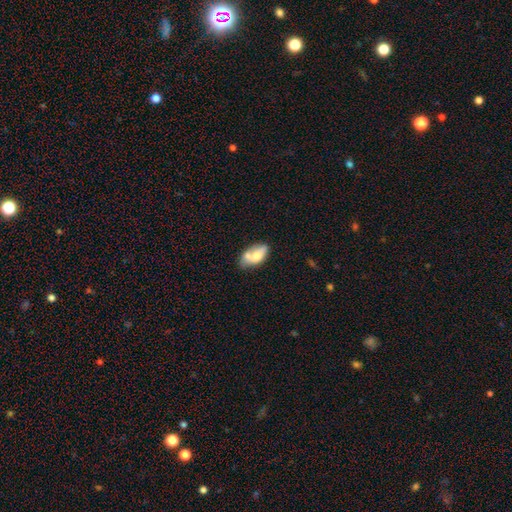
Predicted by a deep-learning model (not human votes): Smooth or featured?
  - smooth: 64% *
  - featured or disk: 29%
  - star or artifact: 7%
How rounded?
  - in between: 90% *
  - cigar-shaped: 5%
  - round: 5%
Merging?
  - none: 36% *
  - merger: 34%
  - minor disturbance: 21%
  - major disturbance: 9%